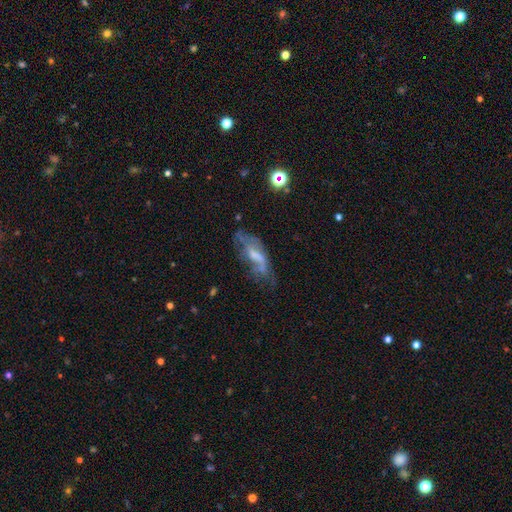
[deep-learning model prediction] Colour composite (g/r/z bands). It shows a featured or disk galaxy (58%). Merging: none (43%).